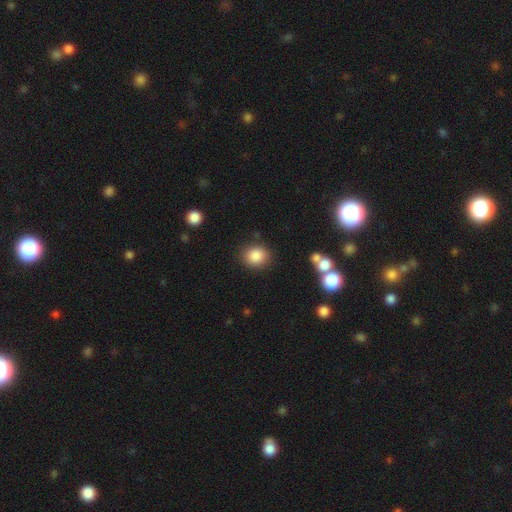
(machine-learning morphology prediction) A smooth galaxy with no disk features (86%) that is round (73%). Merging: none (85%).